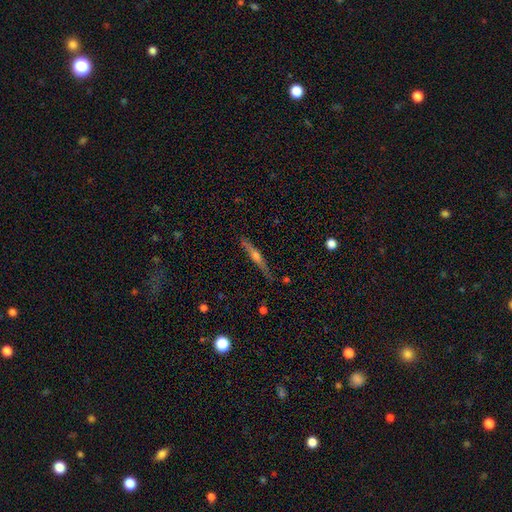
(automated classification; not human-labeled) smooth-or-featured: featured or disk: 64% | smooth: 29% | star or artifact: 7%
  disk-edge-on: yes: 96% | no: 4%
    edge-on-bulge: rounded: 85% | none: 11% | boxy: 4%
  merging: none: 82% | minor disturbance: 13% | major disturbance: 3% | merger: 2%